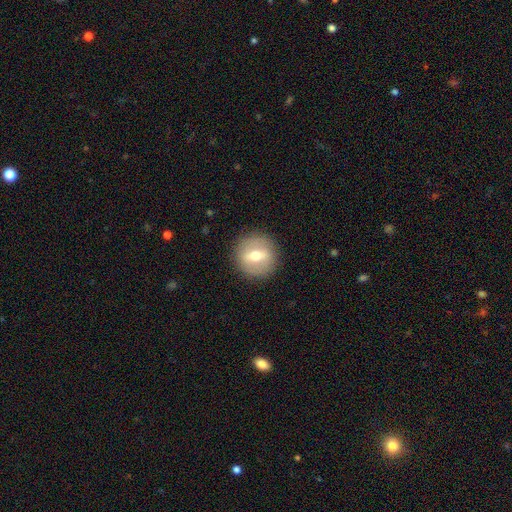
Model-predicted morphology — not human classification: Smooth or featured? featured or disk (52%)
Edge-on disk? no (81%)
Merging? none (89%)